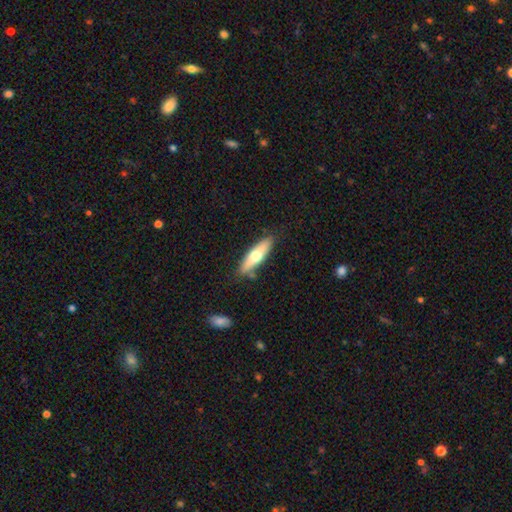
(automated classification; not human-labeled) Smooth or featured? smooth (57%)
How rounded? cigar-shaped (62%)
Merging? none (82%)